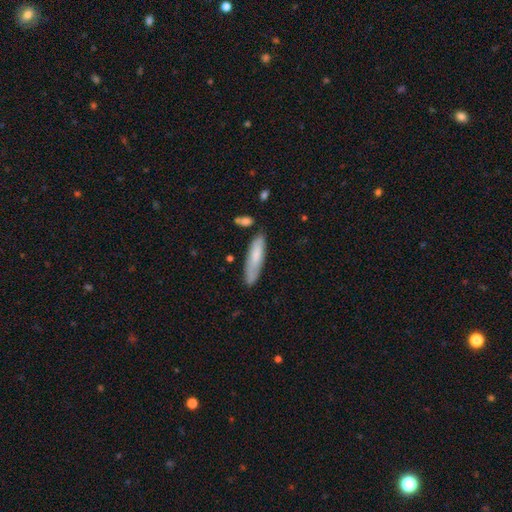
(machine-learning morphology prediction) Smooth or featured: smooth — 74% (featured or disk — 21%)
How rounded: cigar-shaped — 72% (in between — 26%)
Merging: none — 73% (minor disturbance — 19%)